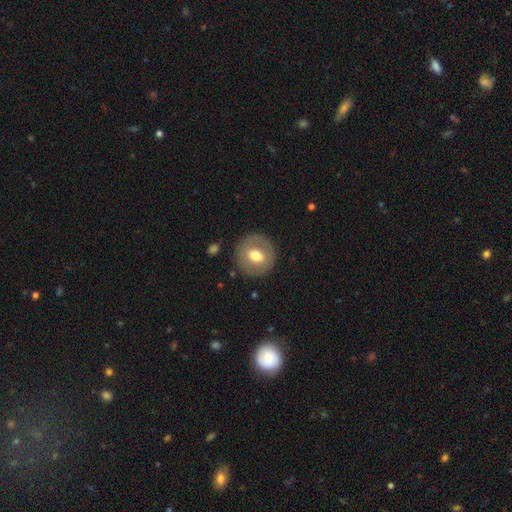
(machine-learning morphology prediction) smooth-or-featured: smooth: 61% | featured or disk: 32% | star or artifact: 7%
  how-rounded: round: 89% | in between: 10% | cigar-shaped: 1%
  merging: none: 87% | minor disturbance: 9% | major disturbance: 3% | merger: 1%